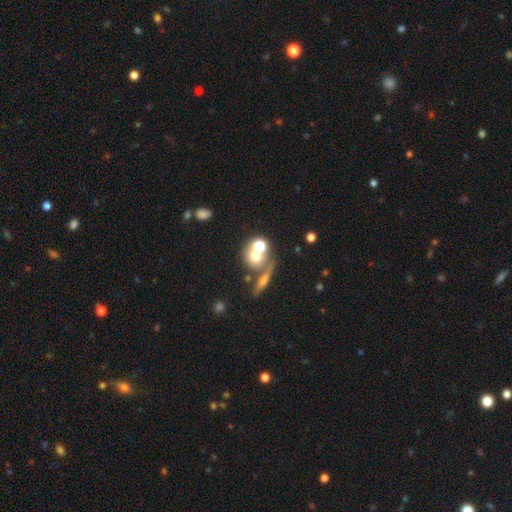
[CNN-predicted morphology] Smooth or featured? smooth (61%)
How rounded? round (73%)
Merging? merger (48%)